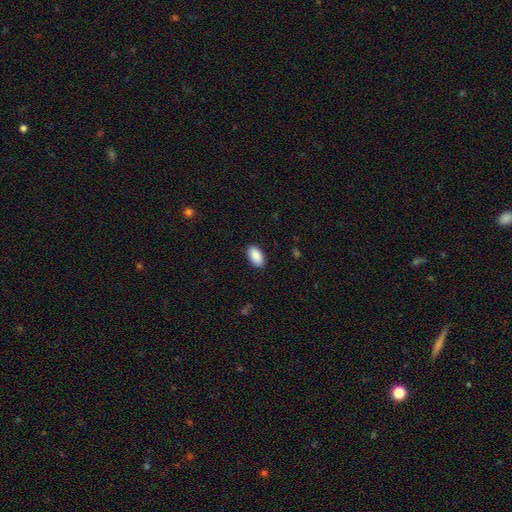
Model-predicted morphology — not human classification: Overall: smooth (90%). How rounded: in between (95%). Merging: none (88%).